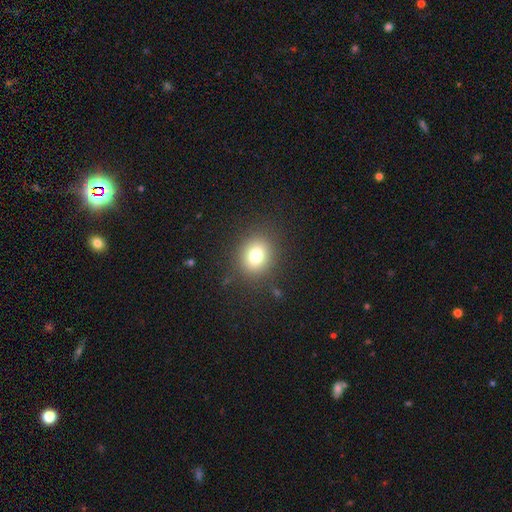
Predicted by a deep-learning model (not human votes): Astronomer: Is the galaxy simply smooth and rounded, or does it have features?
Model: smooth — 77%.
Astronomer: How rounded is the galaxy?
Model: round — 66%.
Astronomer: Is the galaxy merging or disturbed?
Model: none — 86%.